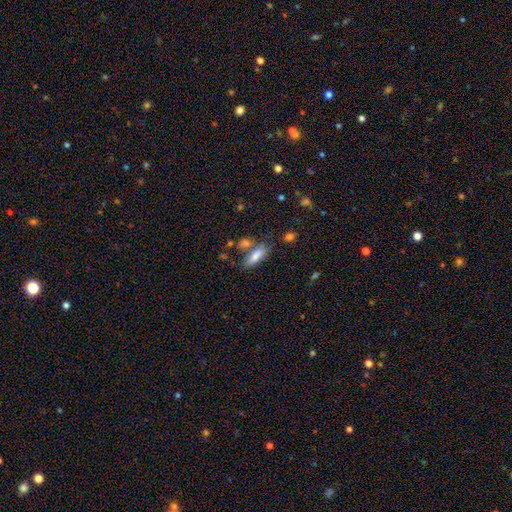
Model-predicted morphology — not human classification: Q: Smooth or featured?
A: smooth (79%); runner-up: featured or disk (13%)
Q: How rounded?
A: in between (60%); runner-up: cigar-shaped (38%)
Q: Merging?
A: none (59%); runner-up: merger (19%)